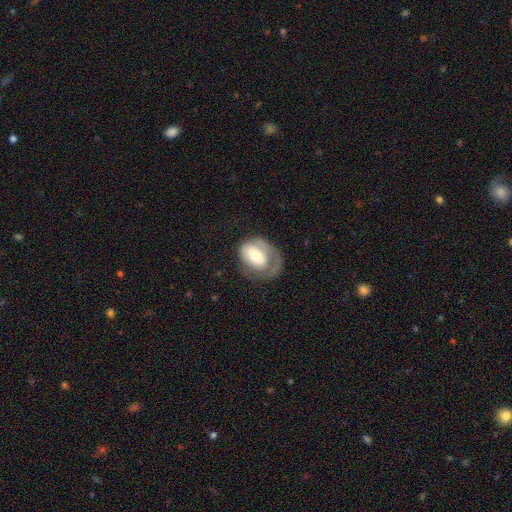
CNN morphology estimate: Smooth or featured?
  - smooth: 48% *
  - featured or disk: 46%
  - star or artifact: 6%
Merging?
  - major disturbance: 36% * (tied)
  - none: 36% * (tied)
  - minor disturbance: 26%
  - merger: 2%